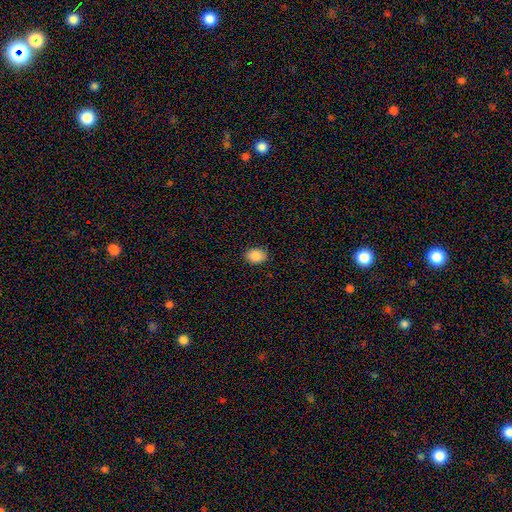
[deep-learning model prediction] Smooth or featured? Predicted: smooth (p=0.88). How rounded? Predicted: in between (p=0.58). Merging? Predicted: none (p=0.86).